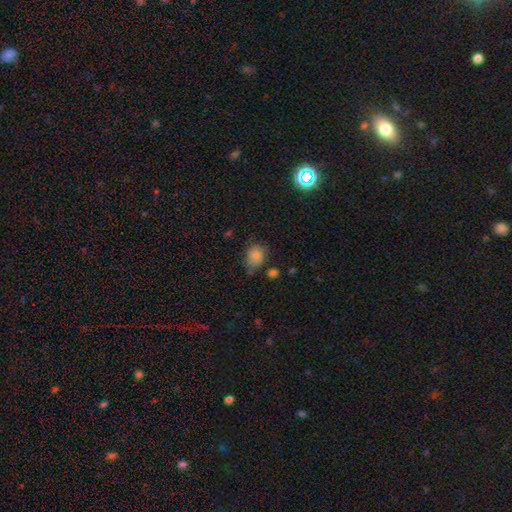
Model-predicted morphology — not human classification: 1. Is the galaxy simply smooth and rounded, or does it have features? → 80% smooth, 10% star or artifact, 10% featured or disk.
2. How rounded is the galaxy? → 54% in between, 45% round, 1% cigar-shaped.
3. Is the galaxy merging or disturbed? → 60% none, 27% minor disturbance, 7% major disturbance, 6% merger.